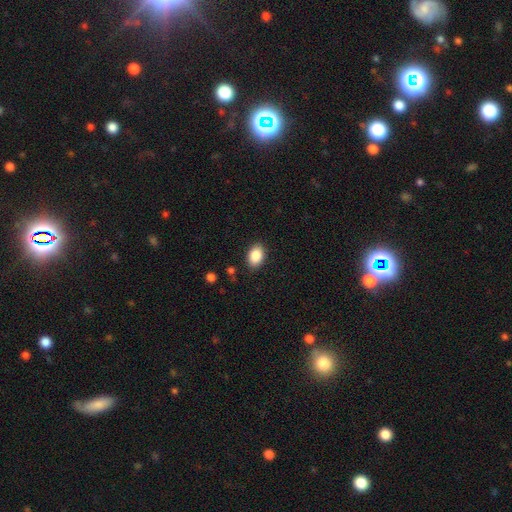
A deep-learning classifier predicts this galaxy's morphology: Smooth or featured? Predicted: smooth (p=0.88). How rounded? Predicted: in between (p=0.85). Merging? Predicted: none (p=0.87).